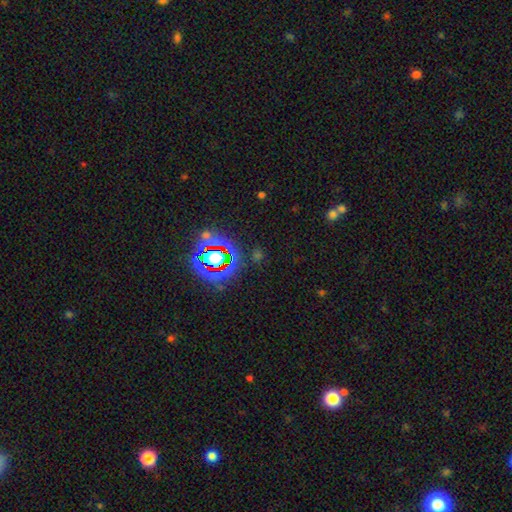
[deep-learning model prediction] This is likely a star or artifact rather than a galaxy (74%).